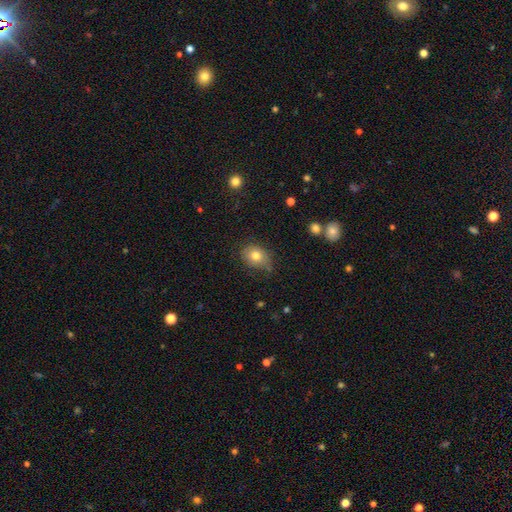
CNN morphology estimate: This appears to be a smooth galaxy with no disk features (78%) that is in between round and cigar-shaped (57%). Merging: none (69%).